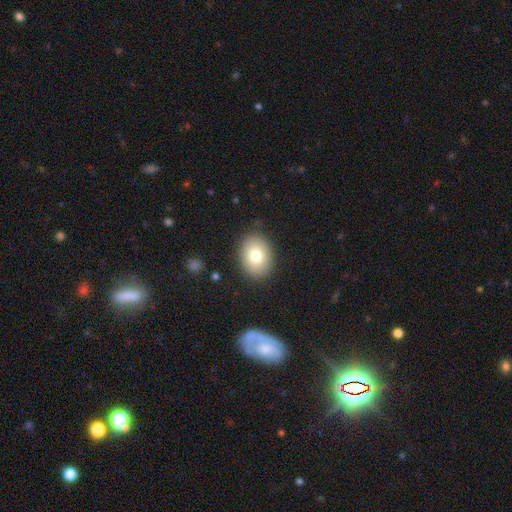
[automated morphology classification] A smooth galaxy with no disk features (78%) that is in between round and cigar-shaped (66%).

Vote fractions:
- Smooth or featured? smooth: 78% / featured or disk: 13% / star or artifact: 9%
- How rounded? in between: 66% / round: 33% / cigar-shaped: 1%
- Merging? none: 87% / minor disturbance: 9% / major disturbance: 3% / merger: 1%